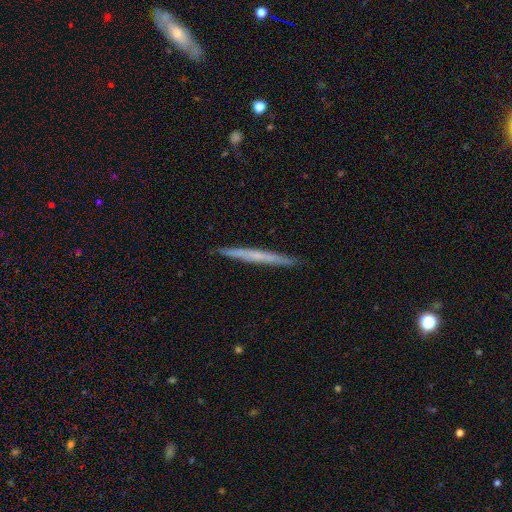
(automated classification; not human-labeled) This appears to be a featured or disk galaxy (51%) viewed edge-on (97%). Merging: none (92%).